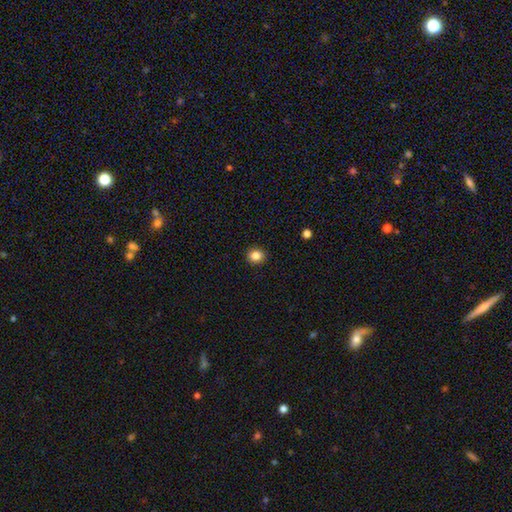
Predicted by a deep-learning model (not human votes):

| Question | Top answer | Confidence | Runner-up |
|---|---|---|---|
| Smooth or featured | smooth | 85% | star or artifact (10%) |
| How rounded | round | 80% | in between (19%) |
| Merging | none | 91% | minor disturbance (6%) |